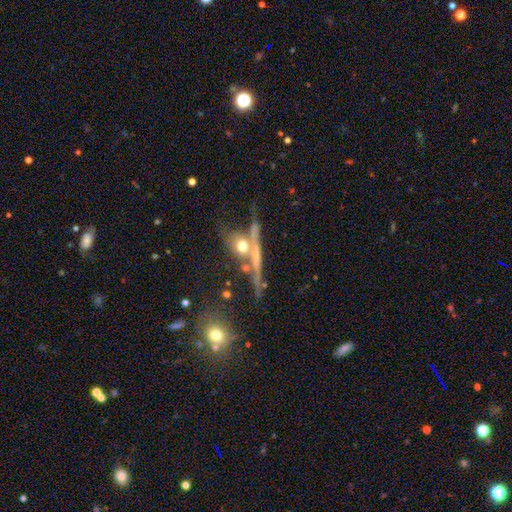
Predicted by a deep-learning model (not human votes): Q: Smooth or featured?
A: featured or disk (59%); runner-up: smooth (28%)
Q: Edge-on disk?
A: yes (81%); runner-up: no (19%)
Q: Merging?
A: none (53%); runner-up: merger (23%)